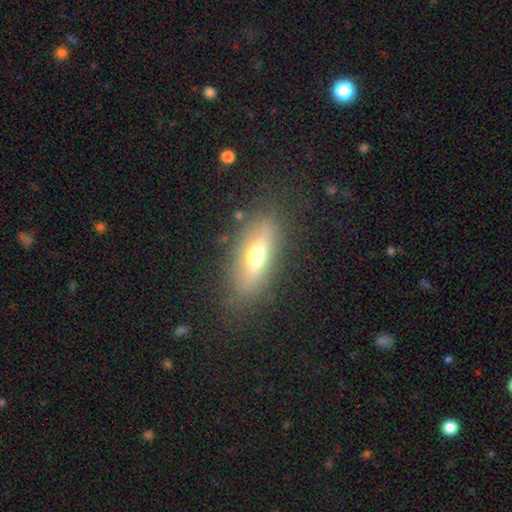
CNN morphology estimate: smooth 54%, featured or disk 38%, star or artifact 8%. Down the decision tree: how rounded — in between (56%); merging — none (81%).